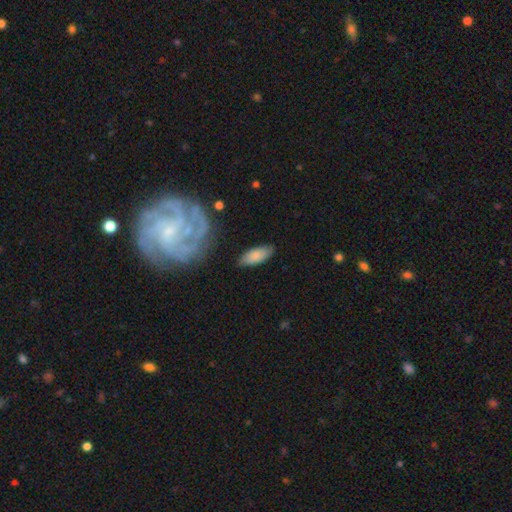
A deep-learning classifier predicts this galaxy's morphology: This is likely a smooth galaxy (80%). How rounded: clearly in between (81%). Merging: clearly none (81%).